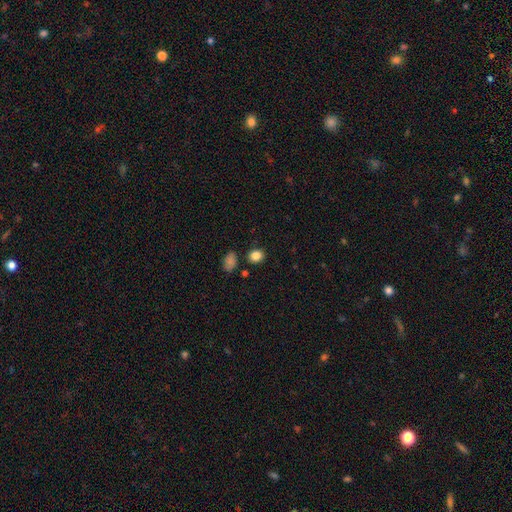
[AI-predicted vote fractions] A smooth galaxy with no disk features (85%) that is round (64%). Merging: none (82%).